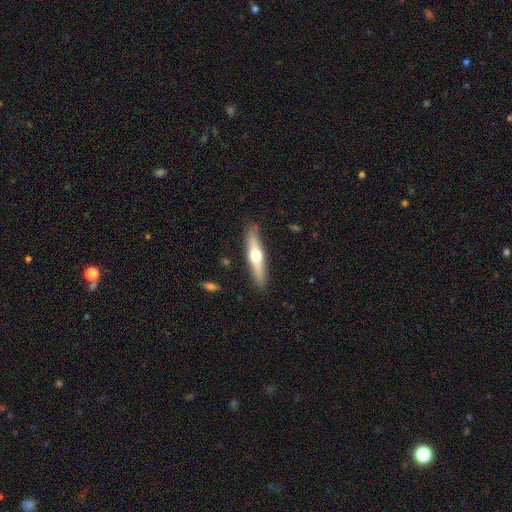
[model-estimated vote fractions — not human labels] Q: Smooth or featured?
A: featured or disk (55%); runner-up: smooth (40%)
Q: Edge-on disk?
A: yes (93%); runner-up: no (7%)
Q: Edge-on bulge?
A: rounded (93%); runner-up: none (4%)
Q: Merging?
A: none (88%); runner-up: minor disturbance (9%)